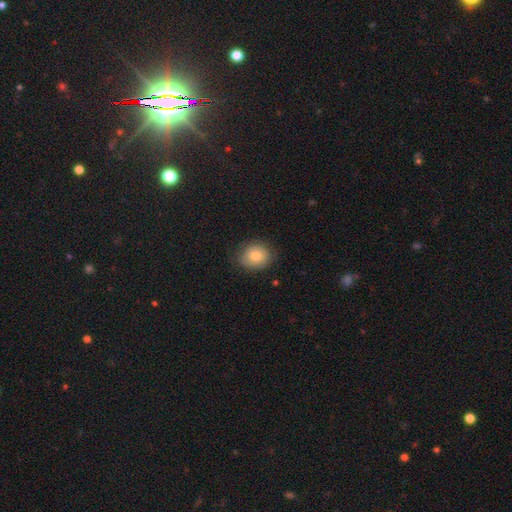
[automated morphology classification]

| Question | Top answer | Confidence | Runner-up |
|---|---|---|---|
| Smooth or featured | smooth | 74% | featured or disk (17%) |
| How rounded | round | 65% | in between (34%) |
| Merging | none | 80% | minor disturbance (16%) |